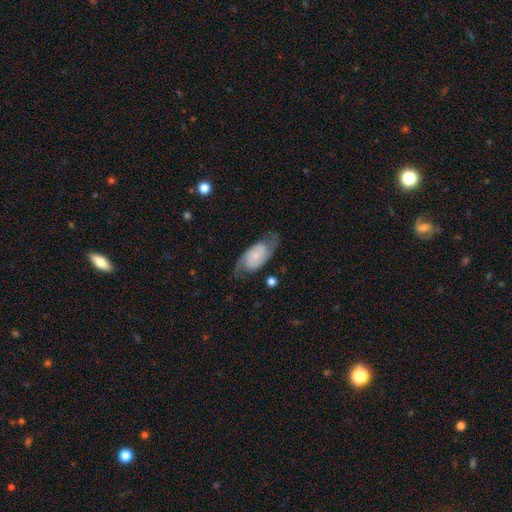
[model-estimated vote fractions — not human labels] Smooth or featured? featured or disk (68%)
Edge-on disk? no (94%)
Bar? no (68%)
Spiral arms? yes (92%)
Spiral winding? medium (45%)
Spiral arm count? 2 (88%)
Bulge size? small (60%)
Merging? none (70%)